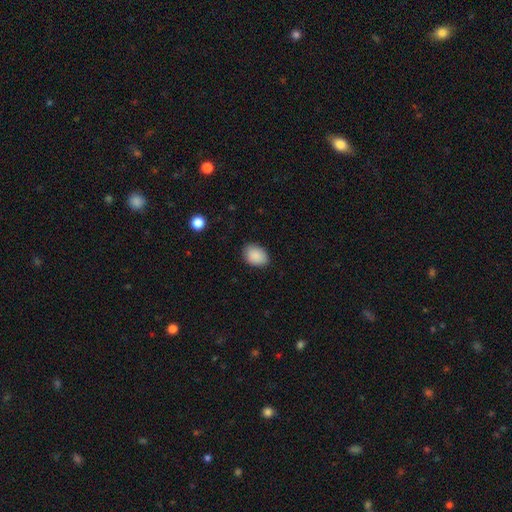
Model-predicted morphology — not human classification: This appears to be a smooth galaxy with no disk features (89%) that is in between round and cigar-shaped (73%). Merging: none (83%).